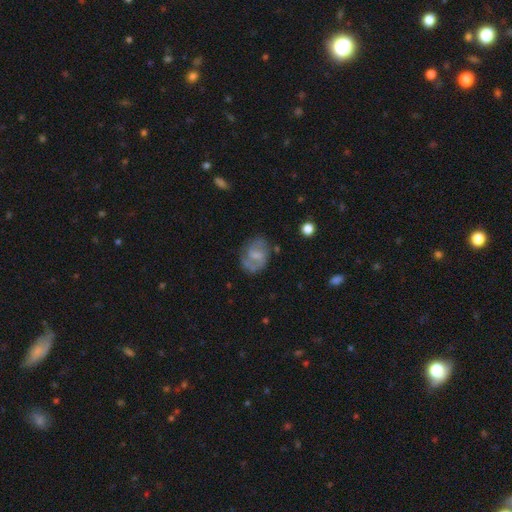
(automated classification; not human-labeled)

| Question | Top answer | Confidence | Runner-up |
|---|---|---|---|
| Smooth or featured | featured or disk | 62% | smooth (30%) |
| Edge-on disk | no | 97% | yes (3%) |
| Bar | weak | 53% | no (33%) |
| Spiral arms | yes | 78% | no (22%) |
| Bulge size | small | 36% | none (31%) |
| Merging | none | 61% | minor disturbance (23%) |